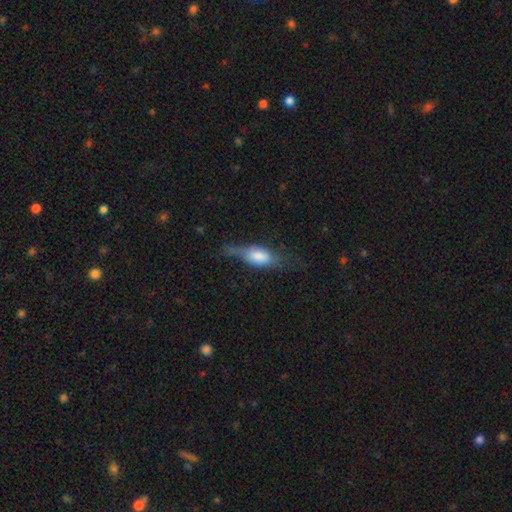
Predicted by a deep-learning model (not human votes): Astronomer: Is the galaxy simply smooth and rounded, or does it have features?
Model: featured or disk — 47% (runner-up: smooth, 43%).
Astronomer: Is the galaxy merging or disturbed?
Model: none — 55%.